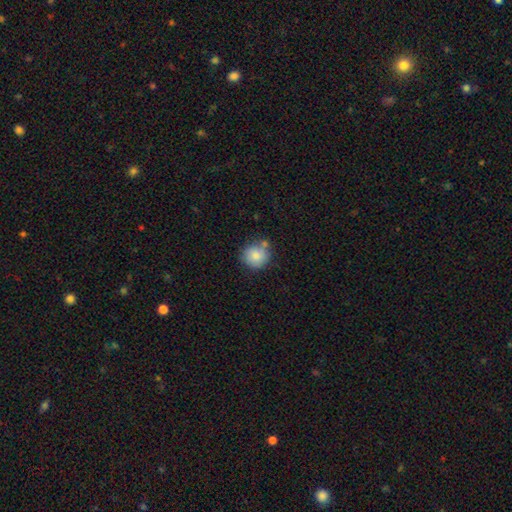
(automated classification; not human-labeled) Smooth or featured? Predicted: smooth (p=0.83). How rounded? Predicted: round (p=0.89). Merging? Predicted: none (p=0.65).